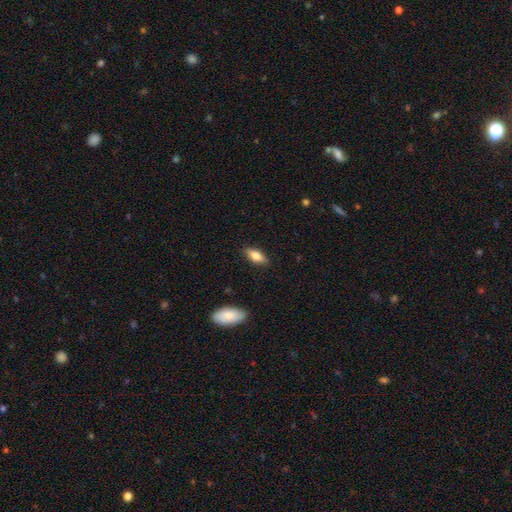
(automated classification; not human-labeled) This appears to be a smooth galaxy with no disk features (75%) that is in between round and cigar-shaped (76%). Merging: none (87%).